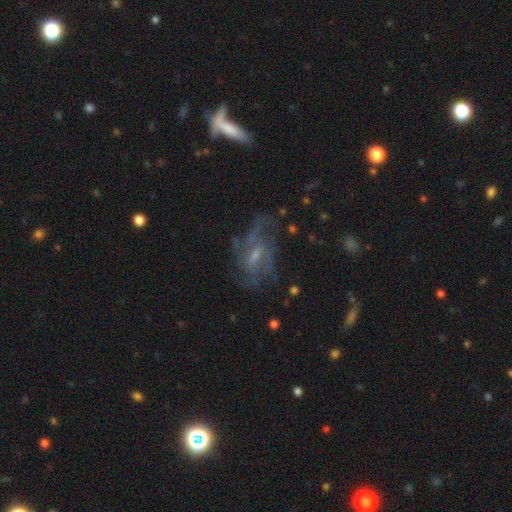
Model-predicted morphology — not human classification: featured or disk 75%, smooth 14%, star or artifact 11%. Down the decision tree: edge-on disk — no (95%); bar — weak (53%); spiral arms — yes (81%); spiral arm count — can't tell (39%); spiral winding — medium (44%); bulge size — small (50%); merging — none (51%).